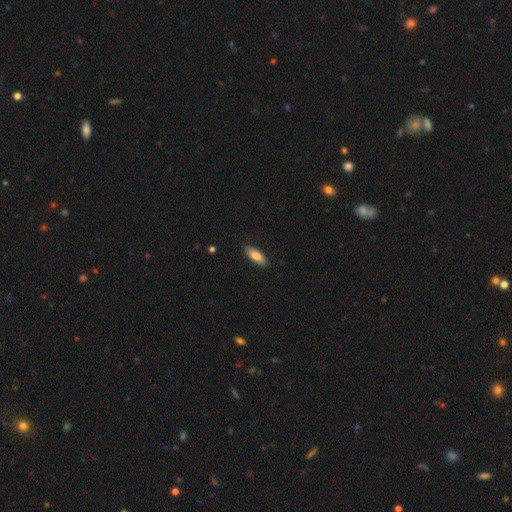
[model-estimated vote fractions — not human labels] A smooth galaxy with no disk features (82%) that is in between round and cigar-shaped (63%). Merging: none (86%).